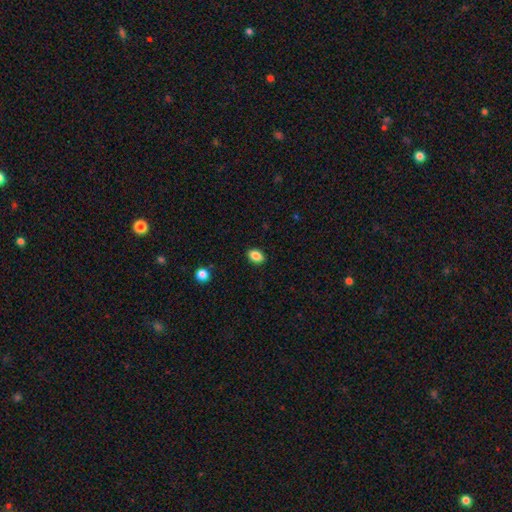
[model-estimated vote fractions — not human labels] Overall: smooth (87%). How rounded: in between (81%). Merging: none (89%).